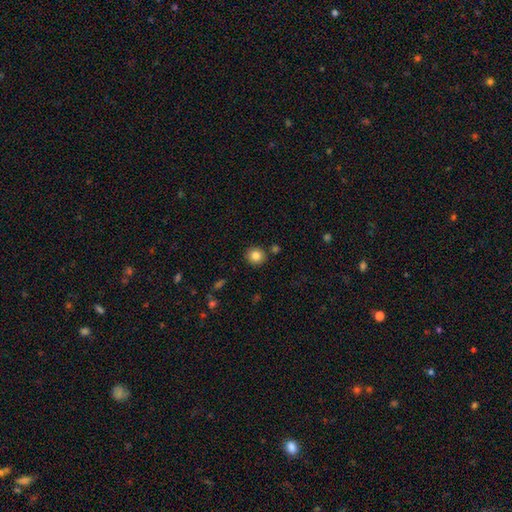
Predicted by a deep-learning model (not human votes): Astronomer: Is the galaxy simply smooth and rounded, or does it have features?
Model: smooth — 83%.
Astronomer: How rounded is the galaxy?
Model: round — 89%.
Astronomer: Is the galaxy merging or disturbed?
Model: none — 87%.